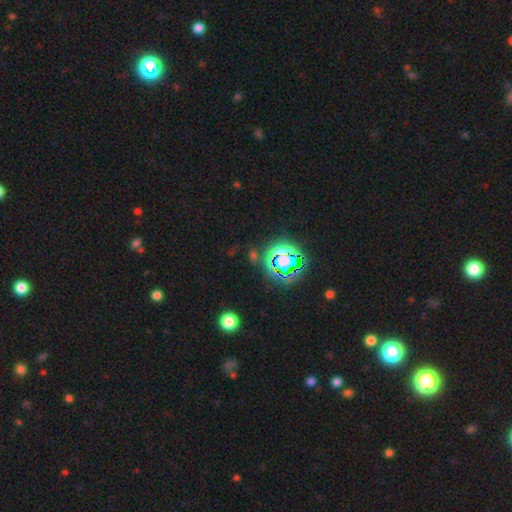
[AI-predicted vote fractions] Smooth or featured? Predicted: star or artifact (p=0.74).